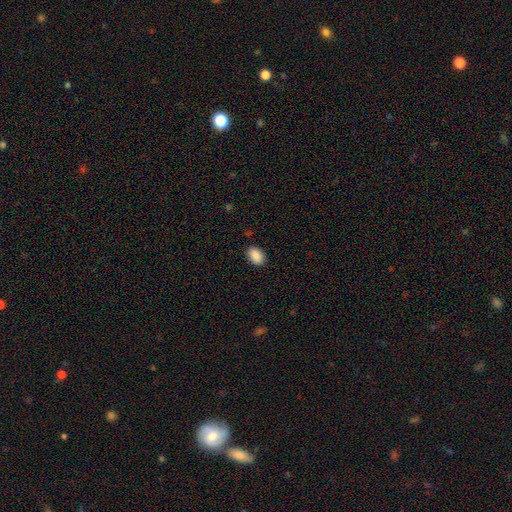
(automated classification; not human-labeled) The model was most divided on "how rounded": in between: 87%, round: 12%, cigar-shaped: 1%. More confident: smooth or featured — smooth (90%); merging — none (88%).